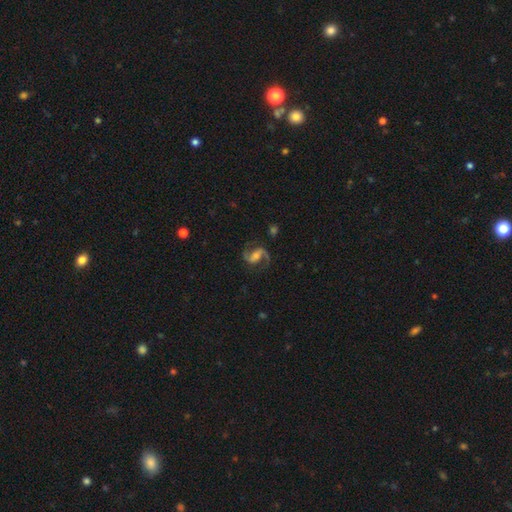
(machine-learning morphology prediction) featured or disk 90%, smooth 5%, star or artifact 5%. Down the decision tree: edge-on disk — no (98%); bar — weak (41%); spiral arms — yes (98%); spiral arm count — 2 (94%); spiral winding — medium (53%); bulge size — moderate (47%); merging — none (79%).